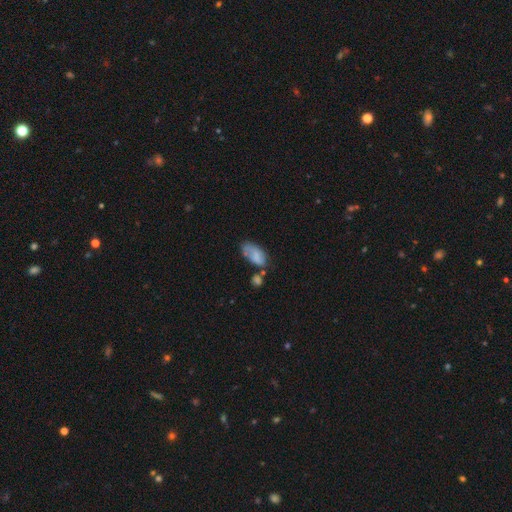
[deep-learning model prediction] This appears to be a smooth galaxy with no disk features (70%) that is in between round and cigar-shaped (92%). Merging: none (39%).